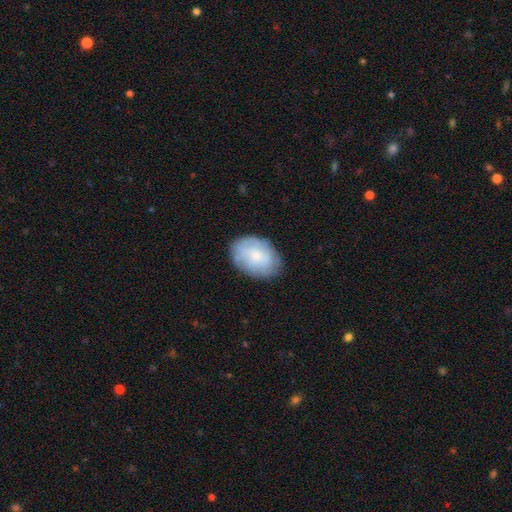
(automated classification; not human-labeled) smooth 56%, featured or disk 37%, star or artifact 7%. Down the decision tree: how rounded — in between (81%); merging — none (78%).